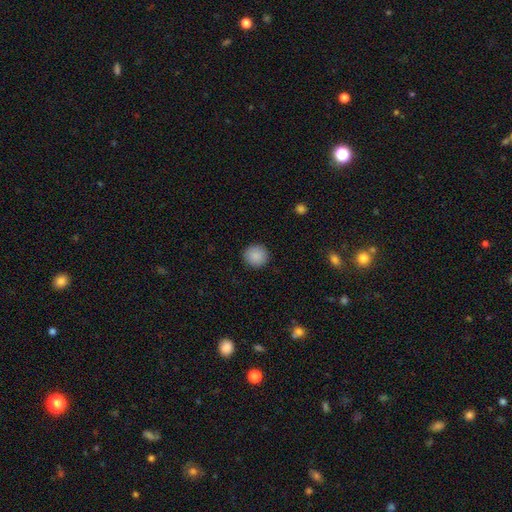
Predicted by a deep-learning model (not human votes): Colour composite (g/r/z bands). It shows a smooth galaxy with no disk features (88%) that is round (93%). Merging: none (92%).